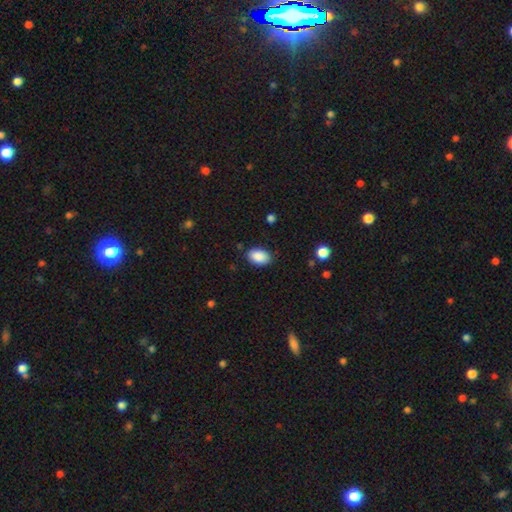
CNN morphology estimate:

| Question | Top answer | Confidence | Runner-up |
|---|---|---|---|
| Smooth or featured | smooth | 89% | star or artifact (7%) |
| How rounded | in between | 90% | round (9%) |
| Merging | none | 85% | minor disturbance (11%) |